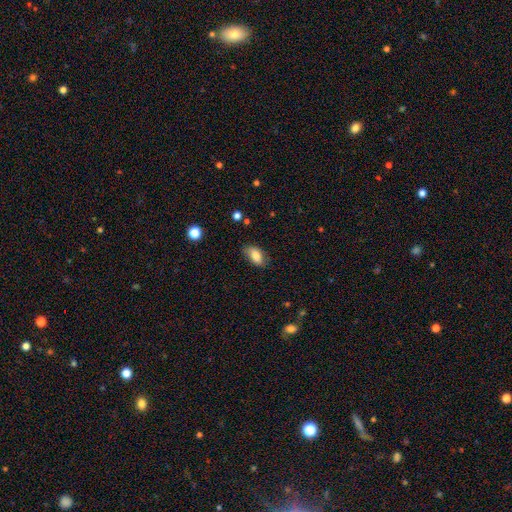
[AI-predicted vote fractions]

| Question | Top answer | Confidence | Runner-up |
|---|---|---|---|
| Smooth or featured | smooth | 80% | featured or disk (13%) |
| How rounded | in between | 91% | round (7%) |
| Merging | none | 73% | minor disturbance (21%) |